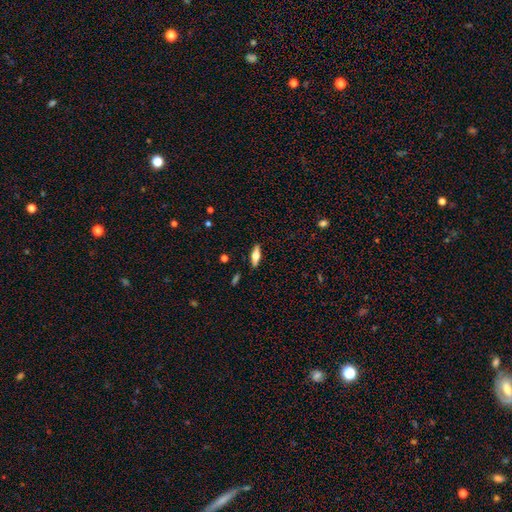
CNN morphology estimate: Smooth or featured? Predicted: smooth (p=0.54). How rounded? Predicted: in between (p=0.60). Merging? Predicted: none (p=0.88).